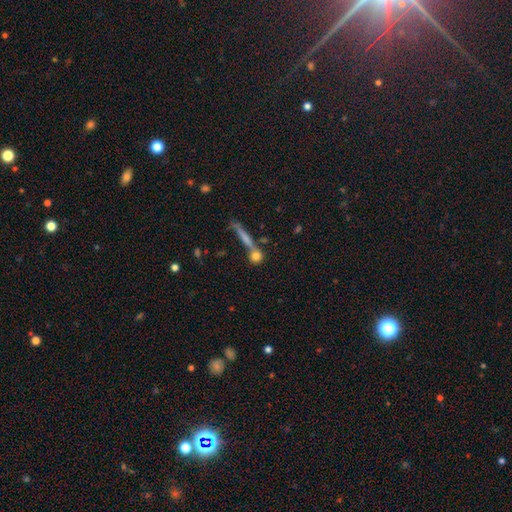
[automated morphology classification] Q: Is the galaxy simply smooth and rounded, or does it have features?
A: smooth — 74%.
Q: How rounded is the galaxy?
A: round — 75%.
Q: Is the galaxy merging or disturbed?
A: none — 60%.